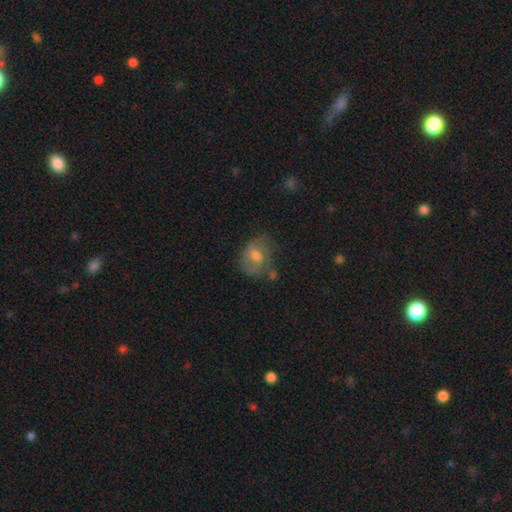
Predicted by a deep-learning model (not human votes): This appears to be a smooth galaxy with no disk features (47%). Merging: none (53%).